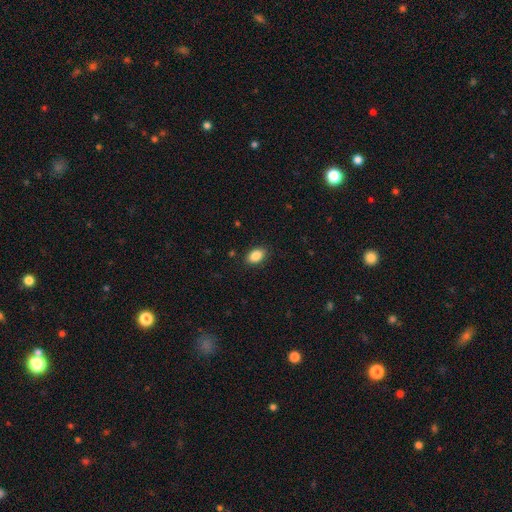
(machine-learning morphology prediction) Q: Smooth or featured?
A: smooth (89%); runner-up: star or artifact (8%)
Q: How rounded?
A: in between (88%); runner-up: round (11%)
Q: Merging?
A: none (88%); runner-up: minor disturbance (9%)